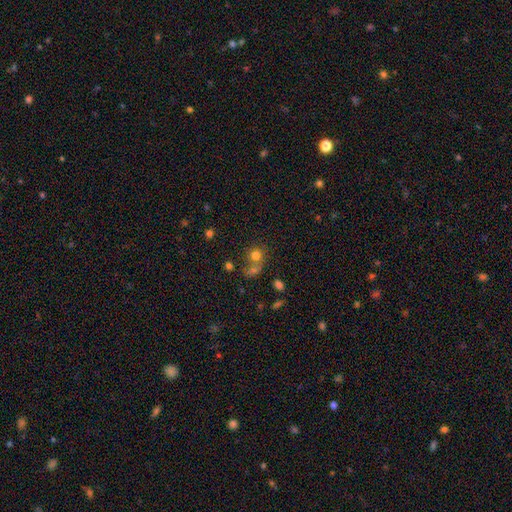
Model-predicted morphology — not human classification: smooth_or_featured: smooth (p=0.74) [alt: star or artifact p=0.15]
how_rounded: round (p=0.82) [alt: in between p=0.17]
merging: none (p=0.46) [alt: merger p=0.39]